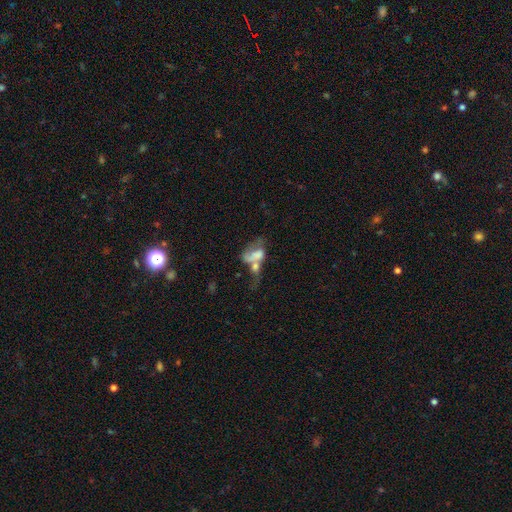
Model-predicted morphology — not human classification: Smooth or featured? smooth (48%)
Merging? merger (58%)